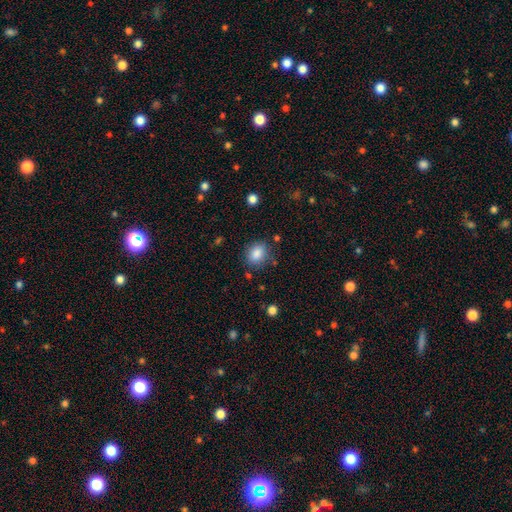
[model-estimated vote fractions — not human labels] Smooth or featured: smooth — 85% (star or artifact — 9%)
How rounded: in between — 54% (round — 45%)
Merging: none — 79% (minor disturbance — 14%)